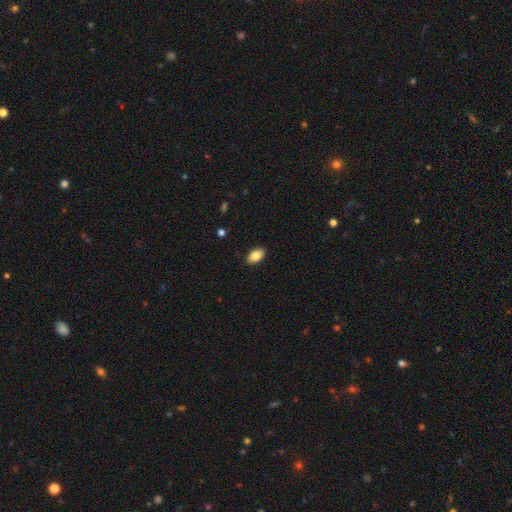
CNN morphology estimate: type=smooth (82%); roundness=in between (92%); merging=none (89%).